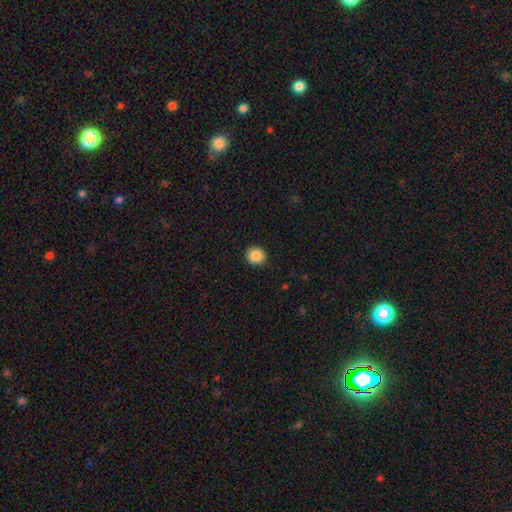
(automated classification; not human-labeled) Smooth or featured?
  - smooth: 88% *
  - star or artifact: 9%
  - featured or disk: 3%
How rounded?
  - round: 87% *
  - in between: 12%
  - cigar-shaped: 1%
Merging?
  - none: 91% *
  - minor disturbance: 6%
  - major disturbance: 2%
  - merger: 1%